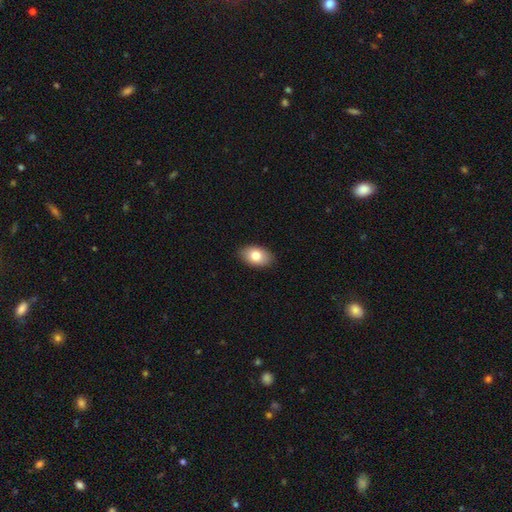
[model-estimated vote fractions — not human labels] Smooth or featured? smooth (81%)
How rounded? in between (90%)
Merging? none (89%)